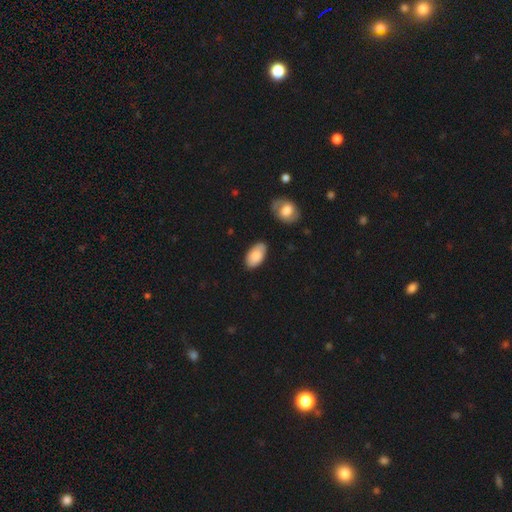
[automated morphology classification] A smooth galaxy with no disk features (82%) that is in between round and cigar-shaped (95%). Merging: none (80%).